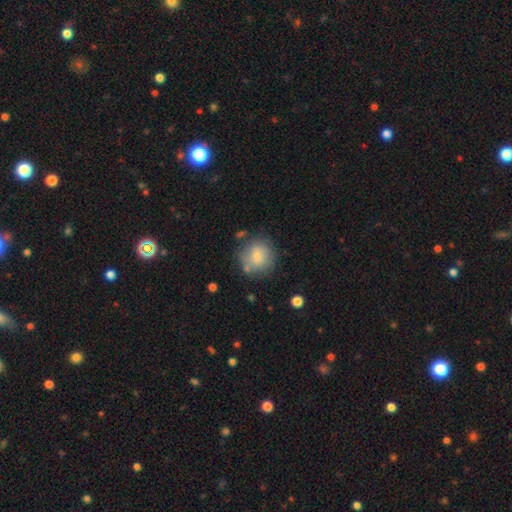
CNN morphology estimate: Smooth or featured? Predicted: smooth (p=0.72). How rounded? Predicted: round (p=0.87). Merging? Predicted: none (p=0.77).